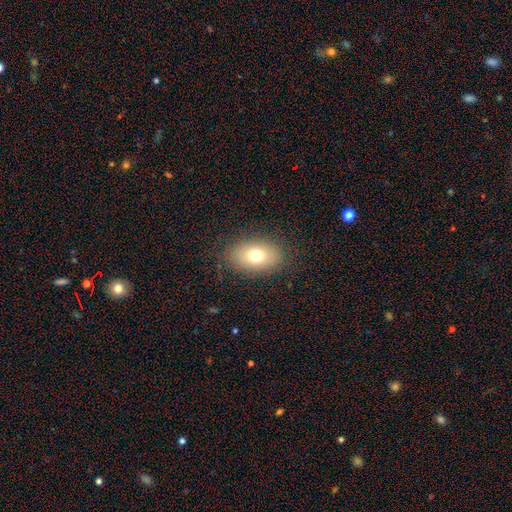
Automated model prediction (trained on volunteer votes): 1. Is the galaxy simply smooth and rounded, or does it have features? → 73% smooth, 16% featured or disk, 10% star or artifact.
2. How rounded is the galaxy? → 85% in between, 13% round, 1% cigar-shaped.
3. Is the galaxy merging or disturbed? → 83% none, 12% minor disturbance, 4% major disturbance, 1% merger.